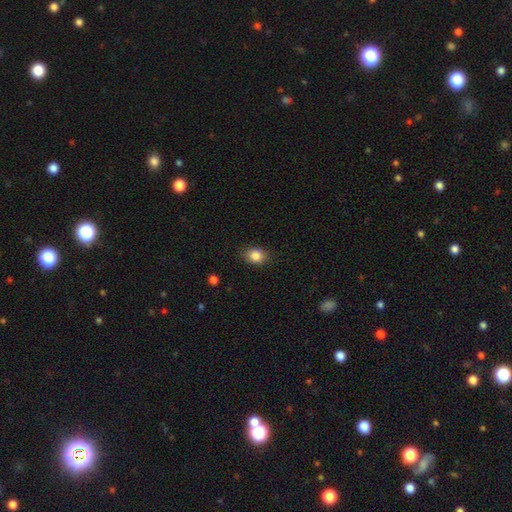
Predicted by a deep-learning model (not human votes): Smooth or featured? smooth (85%)
How rounded? in between (61%)
Merging? none (85%)